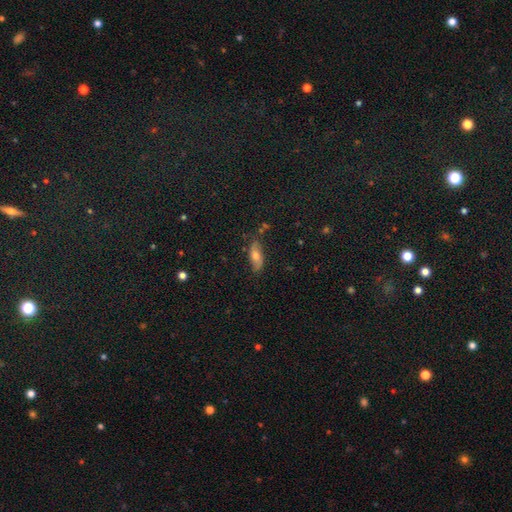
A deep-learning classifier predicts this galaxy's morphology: A smooth galaxy with no disk features (58%) that is in between round and cigar-shaped (72%). Merging: none (74%).